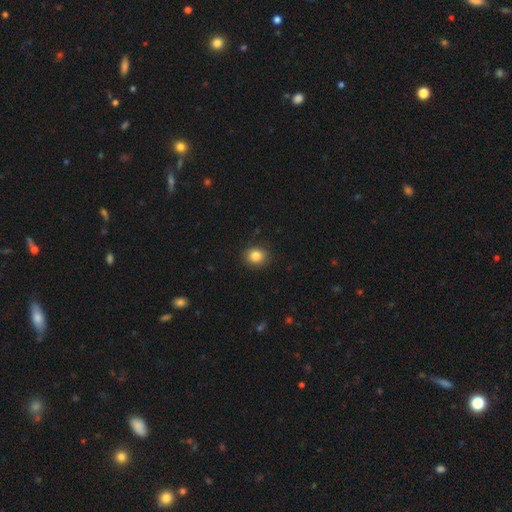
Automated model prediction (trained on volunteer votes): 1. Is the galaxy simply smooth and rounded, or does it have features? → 85% smooth, 10% star or artifact, 5% featured or disk.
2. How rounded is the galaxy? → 71% round, 29% in between, 1% cigar-shaped.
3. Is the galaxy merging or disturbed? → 89% none, 8% minor disturbance, 2% major disturbance, 1% merger.